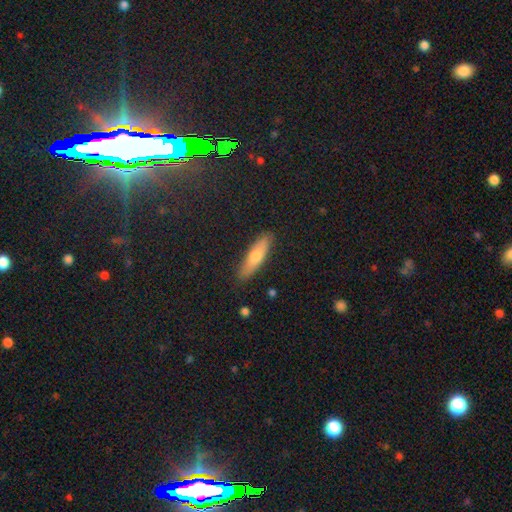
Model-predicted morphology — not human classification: Smooth or featured?
  - smooth: 65% *
  - featured or disk: 28%
  - star or artifact: 7%
How rounded?
  - cigar-shaped: 66% *
  - in between: 31%
  - round: 2%
Merging?
  - none: 88% *
  - minor disturbance: 9%
  - major disturbance: 2%
  - merger: 1%